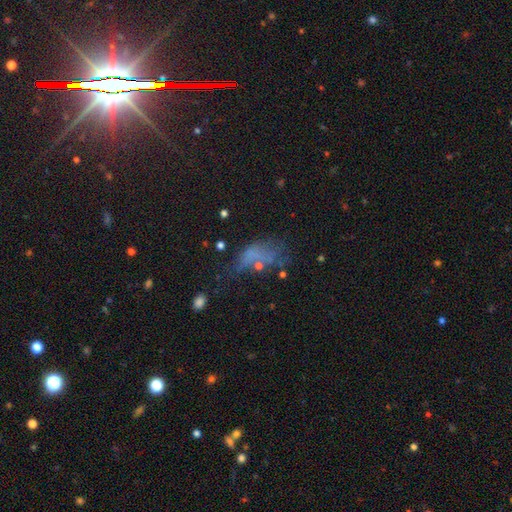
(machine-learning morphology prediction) type=smooth (44%); merging=major disturbance (38%).